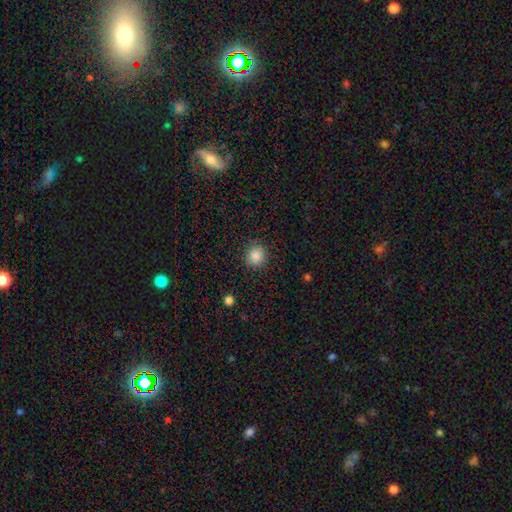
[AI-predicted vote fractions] Overall: smooth (86%). How rounded: round (87%). Merging: none (88%).